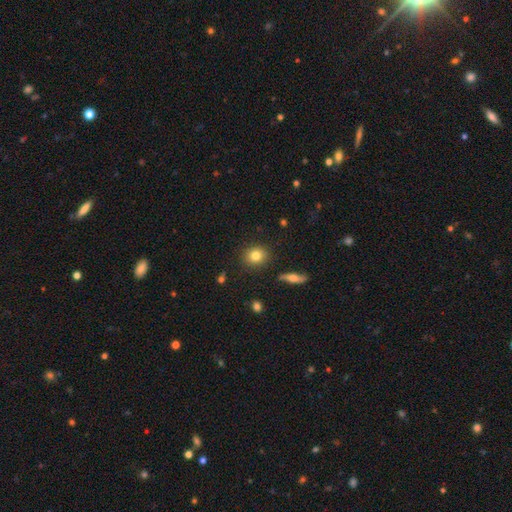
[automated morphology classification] This is clearly a smooth galaxy (81%). How rounded: likely round (74%). Merging: clearly none (88%).